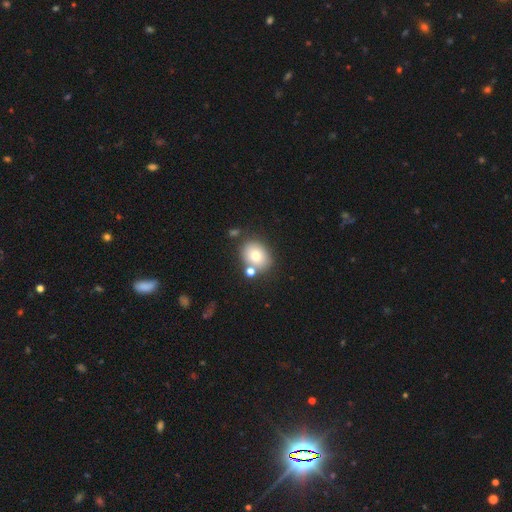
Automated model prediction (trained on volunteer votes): Smooth or featured? Predicted: smooth (p=0.75). How rounded? Predicted: in between (p=0.52). Merging? Predicted: none (p=0.70).